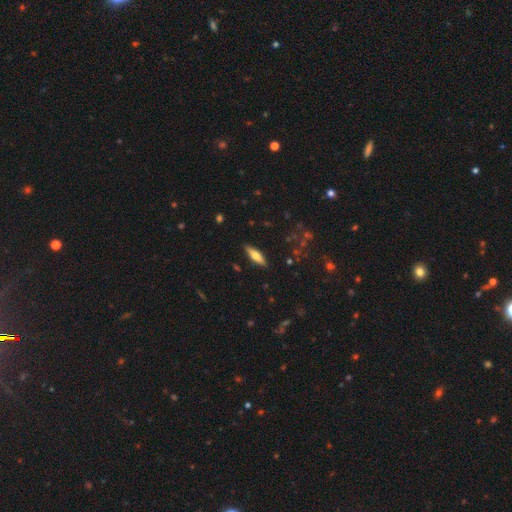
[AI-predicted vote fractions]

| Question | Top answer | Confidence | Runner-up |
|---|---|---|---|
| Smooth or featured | smooth | 54% | featured or disk (40%) |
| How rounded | cigar-shaped | 59% | in between (39%) |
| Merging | none | 88% | minor disturbance (9%) |